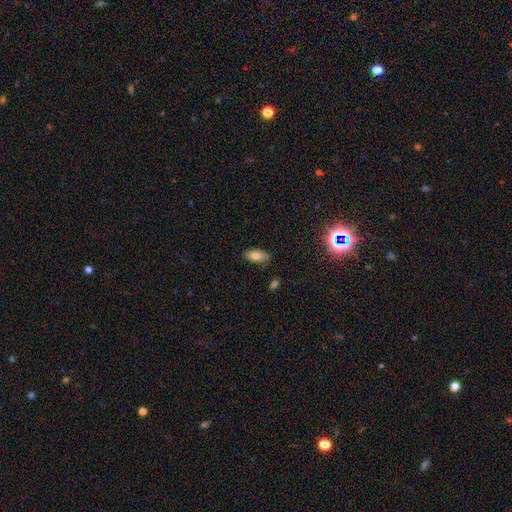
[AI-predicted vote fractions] Smooth or featured? smooth (78%)
How rounded? in between (87%)
Merging? none (83%)